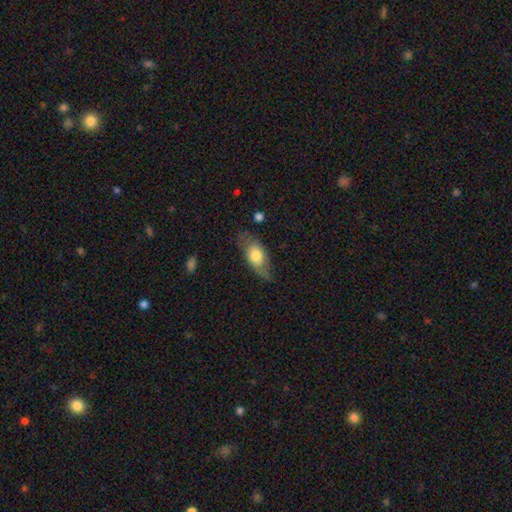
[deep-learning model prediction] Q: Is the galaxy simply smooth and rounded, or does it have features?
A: smooth — 66%.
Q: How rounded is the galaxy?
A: in between — 82%.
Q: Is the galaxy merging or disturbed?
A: none — 67%.